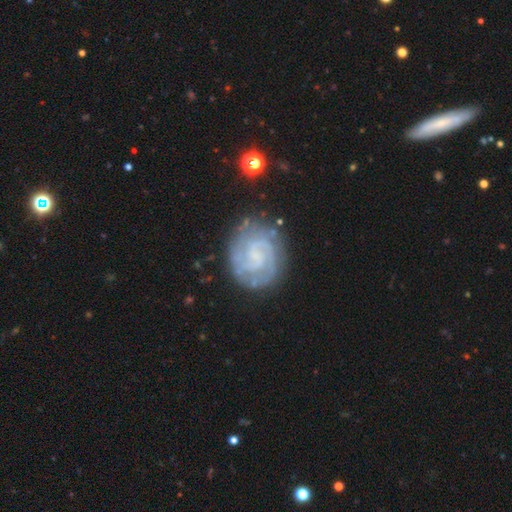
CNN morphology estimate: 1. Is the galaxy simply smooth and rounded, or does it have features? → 85% featured or disk, 9% smooth, 5% star or artifact.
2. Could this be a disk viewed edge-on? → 98% no, 2% yes.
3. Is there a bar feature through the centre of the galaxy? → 46% weak, 43% no, 11% strong.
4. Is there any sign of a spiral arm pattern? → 97% yes, 3% no.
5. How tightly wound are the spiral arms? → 61% tight, 32% medium, 7% loose.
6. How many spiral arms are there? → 64% 2, 13% can't tell, 13% 3, 3% 1, 3% 4, 3% more than 4.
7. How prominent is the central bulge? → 49% small, 37% none, 11% moderate, 2% large, 1% dominant.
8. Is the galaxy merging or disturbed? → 77% none, 15% minor disturbance, 6% major disturbance, 2% merger.